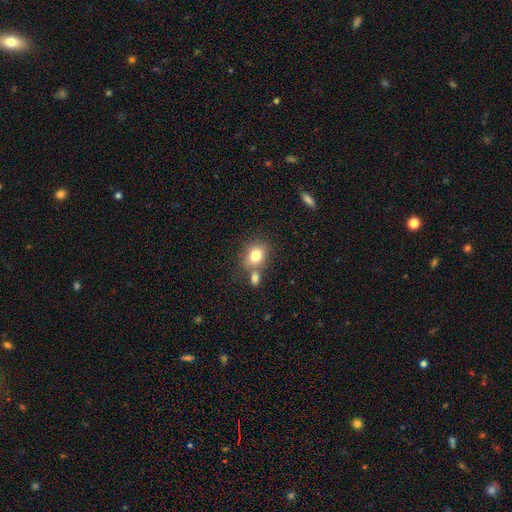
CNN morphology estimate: A smooth galaxy with no disk features (79%) that is round (55%).

Vote fractions:
- Smooth or featured? smooth: 79% / featured or disk: 11% / star or artifact: 10%
- How rounded? round: 55% / in between: 44% / cigar-shaped: 1%
- Merging? none: 53% / merger: 29% / minor disturbance: 13% / major disturbance: 4%